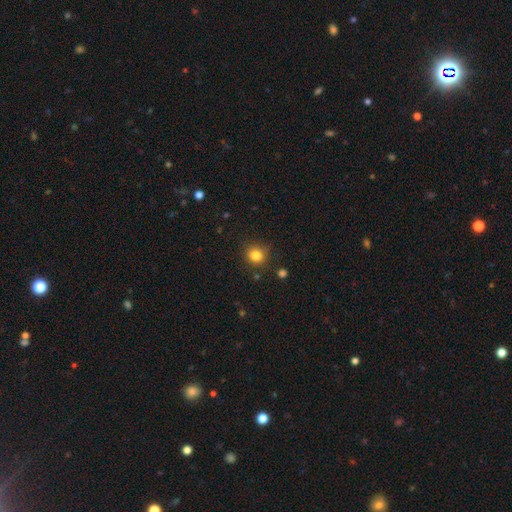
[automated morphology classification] A smooth galaxy with no disk features (82%) that is round (84%).

Vote fractions:
- Smooth or featured? smooth: 82% / star or artifact: 12% / featured or disk: 6%
- How rounded? round: 84% / in between: 15% / cigar-shaped: 1%
- Merging? none: 82% / minor disturbance: 12% / major disturbance: 3% / merger: 3%